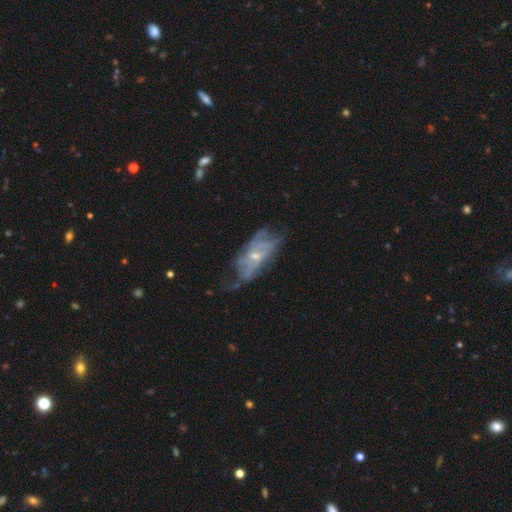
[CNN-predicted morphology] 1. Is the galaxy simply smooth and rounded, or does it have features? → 70% featured or disk, 22% smooth, 8% star or artifact.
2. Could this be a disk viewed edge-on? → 89% no, 11% yes.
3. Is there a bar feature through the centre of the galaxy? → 63% no, 30% weak, 7% strong.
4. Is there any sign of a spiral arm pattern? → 60% yes, 40% no.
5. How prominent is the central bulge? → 61% small, 34% moderate, 3% none, 1% large, 1% dominant.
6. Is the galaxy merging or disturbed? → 45% none, 28% minor disturbance, 25% major disturbance, 3% merger.